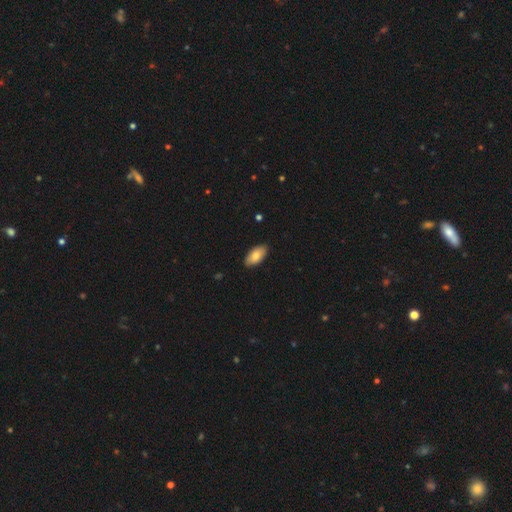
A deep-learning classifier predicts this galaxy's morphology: smooth_or_featured: smooth (p=0.81) [alt: featured or disk p=0.13]
how_rounded: in between (p=0.94) [alt: cigar-shaped p=0.04]
merging: none (p=0.88) [alt: minor disturbance p=0.10]